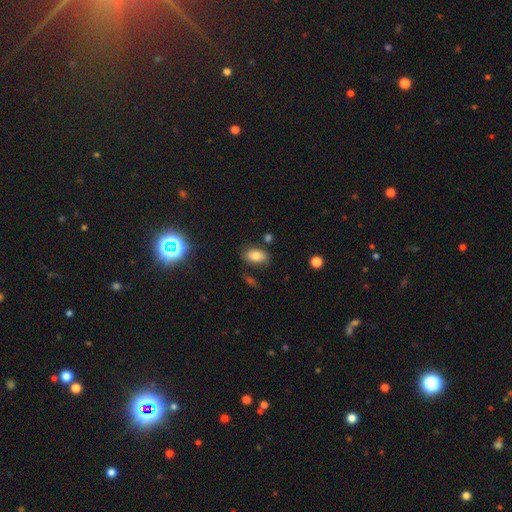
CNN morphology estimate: smooth 78%, featured or disk 11%, star or artifact 10%. Down the decision tree: how rounded — in between (90%); merging — none (78%).